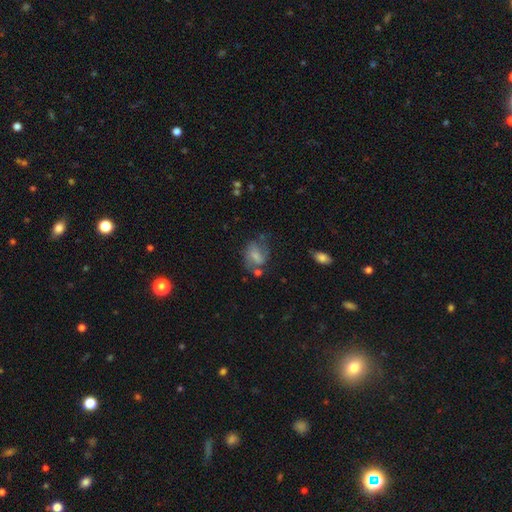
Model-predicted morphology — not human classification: Smooth or featured? Predicted: smooth (p=0.48). Merging? Predicted: none (p=0.44).